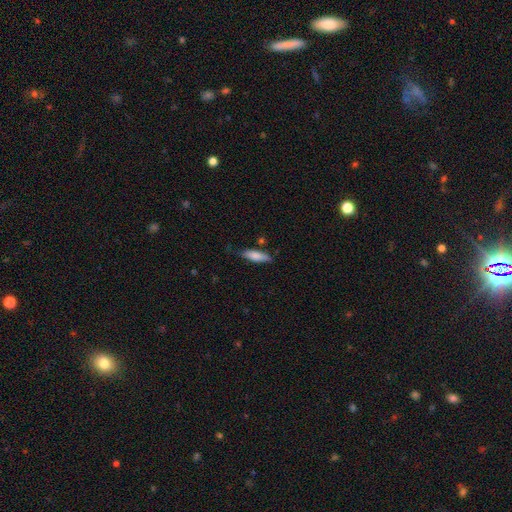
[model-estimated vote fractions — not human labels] Smooth or featured? Predicted: smooth (p=0.81). How rounded? Predicted: cigar-shaped (p=0.53). Merging? Predicted: none (p=0.74).